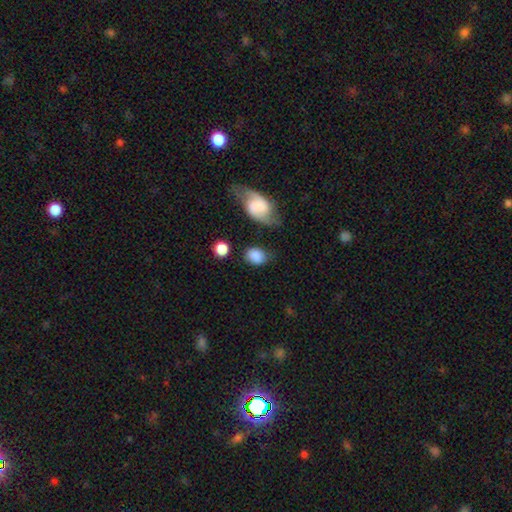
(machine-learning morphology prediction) A smooth galaxy with no disk features (82%) that is in between round and cigar-shaped (65%).

Vote fractions:
- Smooth or featured? smooth: 82% / featured or disk: 11% / star or artifact: 7%
- How rounded? in between: 65% / round: 34% / cigar-shaped: 1%
- Merging? none: 62% / minor disturbance: 22% / merger: 8% / major disturbance: 8%